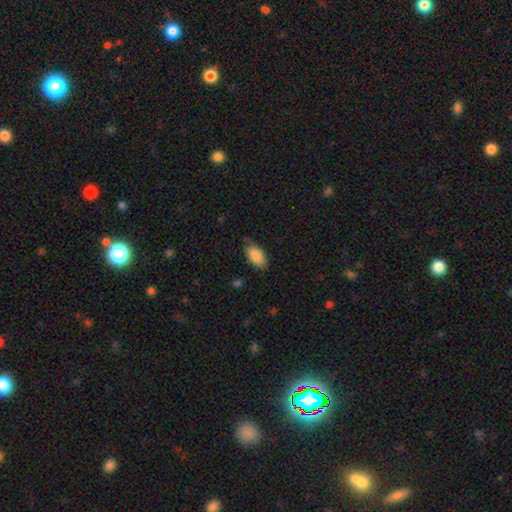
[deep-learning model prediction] Morphology: type=smooth (88%); roundness=in between (94%); merging=none (77%).